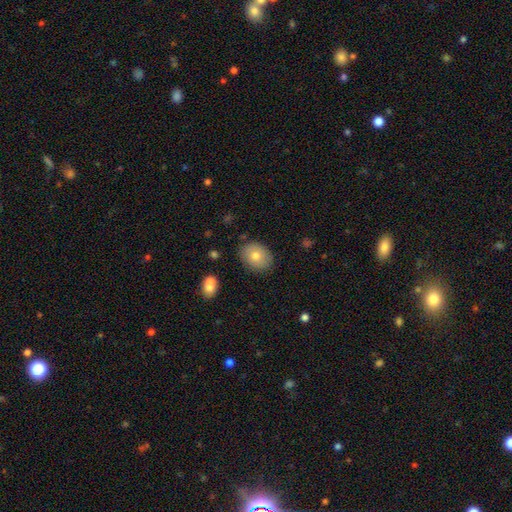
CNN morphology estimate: smooth-or-featured: smooth: 75% | featured or disk: 16% | star or artifact: 9%
  how-rounded: in between: 63% | round: 36% | cigar-shaped: 1%
  merging: none: 86% | minor disturbance: 10% | major disturbance: 2% | merger: 2%